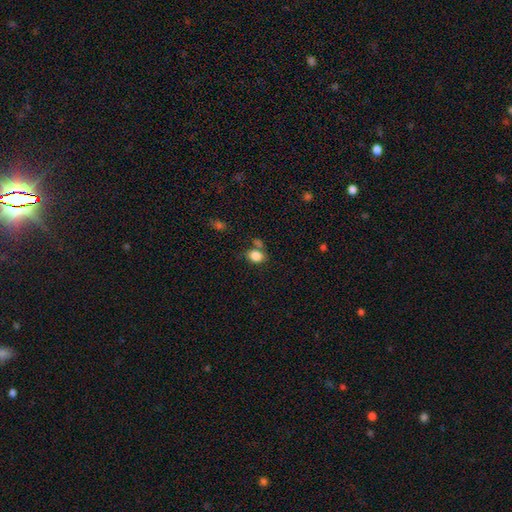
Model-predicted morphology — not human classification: A smooth galaxy with no disk features (84%) that is in between round and cigar-shaped (59%).

Vote fractions:
- Smooth or featured? smooth: 84% / star or artifact: 10% / featured or disk: 6%
- How rounded? in between: 59% / round: 40% / cigar-shaped: 1%
- Merging? none: 59% / merger: 20% / minor disturbance: 16% / major disturbance: 5%